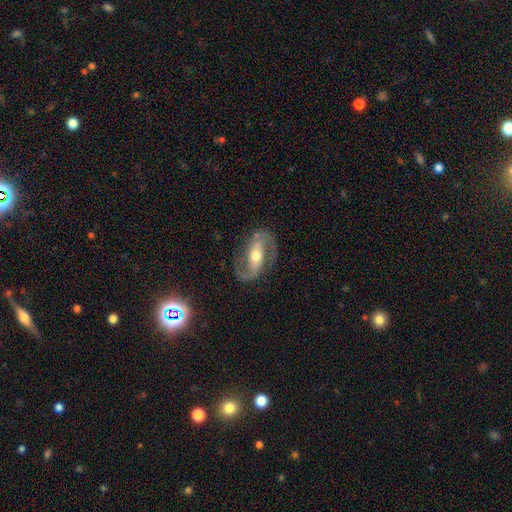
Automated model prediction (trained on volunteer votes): Smooth or featured? featured or disk (88%)
Edge-on disk? no (96%)
Bar? strong (46%)
Spiral arms? yes (96%)
Spiral winding? medium (53%)
Spiral arm count? 2 (92%)
Bulge size? moderate (64%)
Merging? none (81%)